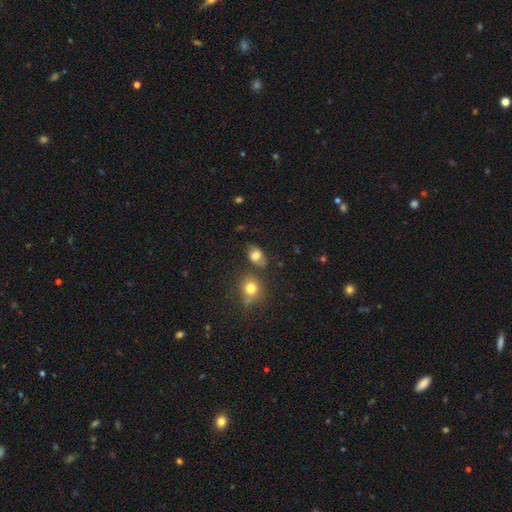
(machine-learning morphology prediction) Smooth or featured? Predicted: smooth (p=0.74). How rounded? Predicted: in between (p=0.78). Merging? Predicted: none (p=0.65).